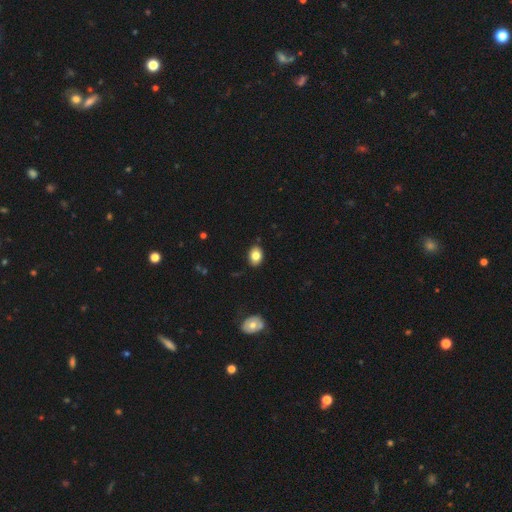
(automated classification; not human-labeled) This appears to be a smooth galaxy with no disk features (82%) that is in between round and cigar-shaped (75%). Merging: none (88%).